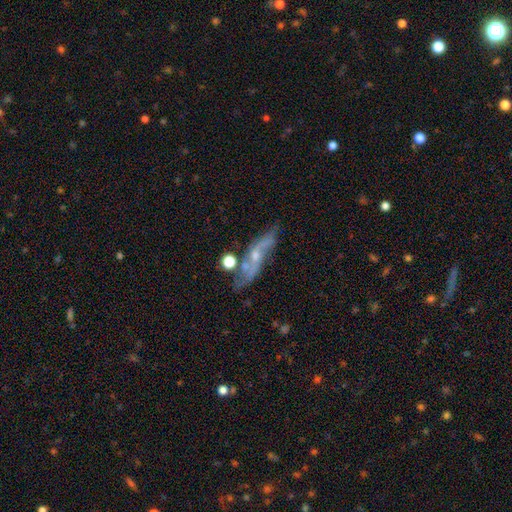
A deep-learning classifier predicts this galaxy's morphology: smooth-or-featured: featured or disk: 69% | smooth: 21% | star or artifact: 10%
  disk-edge-on: no: 71% | yes: 29%
  merging: none: 51% | minor disturbance: 23% | major disturbance: 13% | merger: 13%